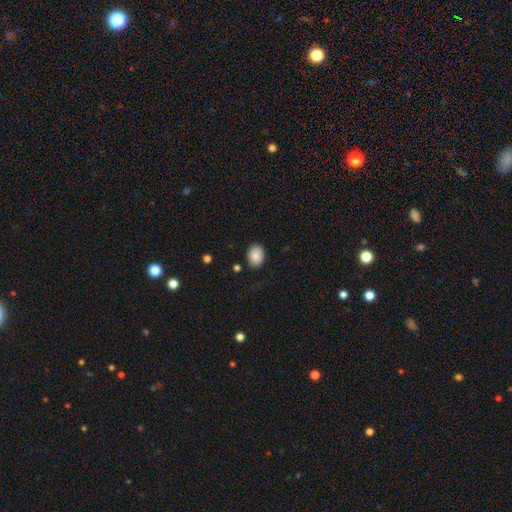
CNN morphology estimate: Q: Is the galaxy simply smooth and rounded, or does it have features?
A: smooth — 87%.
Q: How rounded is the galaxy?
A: in between — 56%.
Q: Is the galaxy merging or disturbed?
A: none — 83%.